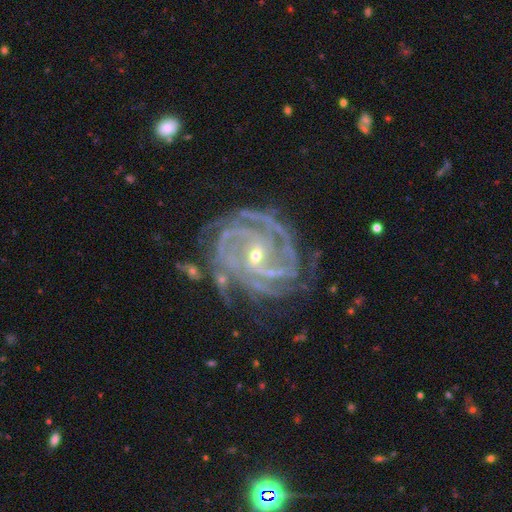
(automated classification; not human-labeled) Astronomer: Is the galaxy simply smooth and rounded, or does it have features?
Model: featured or disk — 92%.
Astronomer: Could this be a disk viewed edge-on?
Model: no — 98%.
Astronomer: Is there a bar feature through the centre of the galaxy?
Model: no — 41% (runner-up: weak, 38%).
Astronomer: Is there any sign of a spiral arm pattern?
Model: yes — 98%.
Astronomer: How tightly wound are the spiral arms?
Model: tight — 70%.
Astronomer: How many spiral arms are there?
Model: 4 — 27% (runner-up: 3, 25%).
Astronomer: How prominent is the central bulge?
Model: small — 69%.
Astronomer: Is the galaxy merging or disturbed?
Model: none — 66%.